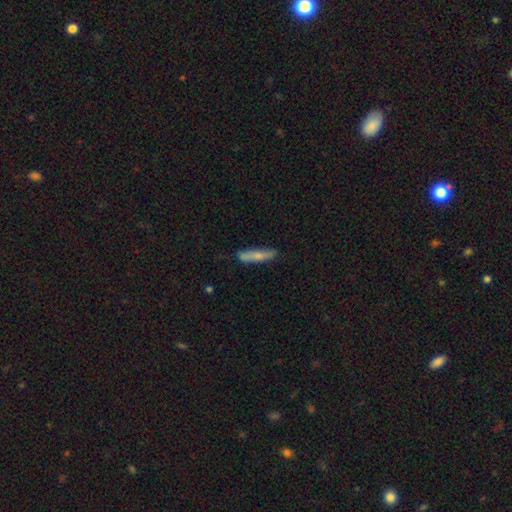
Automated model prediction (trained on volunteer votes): Smooth or featured? smooth (66%)
How rounded? cigar-shaped (88%)
Merging? none (80%)